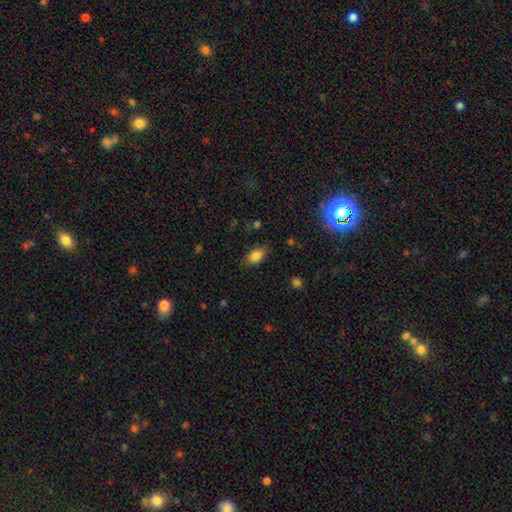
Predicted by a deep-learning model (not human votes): This is clearly a smooth galaxy (83%). How rounded: clearly in between (89%). Merging: clearly none (81%).